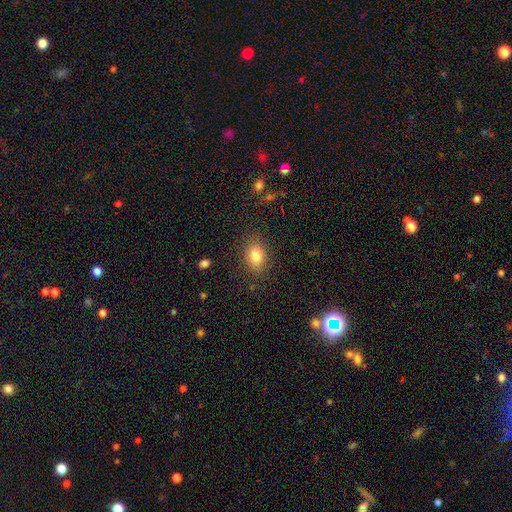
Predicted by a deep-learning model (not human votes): A smooth galaxy with no disk features (81%) that is in between round and cigar-shaped (73%).

Vote fractions:
- Smooth or featured? smooth: 81% / star or artifact: 10% / featured or disk: 9%
- How rounded? in between: 73% / round: 26% / cigar-shaped: 1%
- Merging? none: 84% / minor disturbance: 11% / major disturbance: 4% / merger: 1%